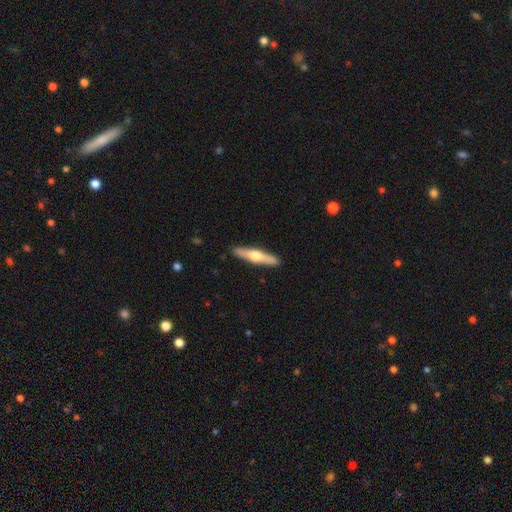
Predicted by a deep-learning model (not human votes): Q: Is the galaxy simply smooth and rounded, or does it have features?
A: featured or disk — 55%.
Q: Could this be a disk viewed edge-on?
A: yes — 94%.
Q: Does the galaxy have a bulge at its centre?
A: rounded — 93%.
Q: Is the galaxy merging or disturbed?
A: none — 91%.